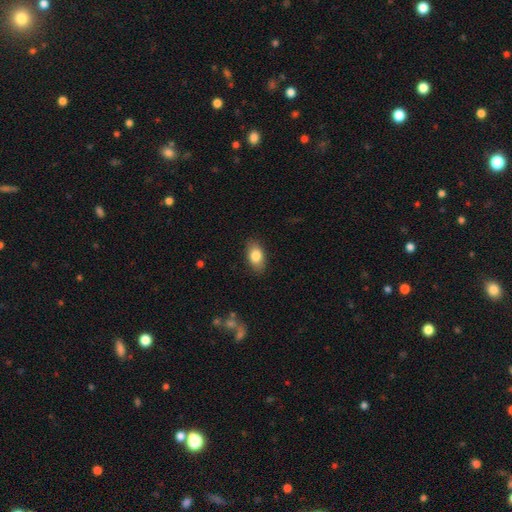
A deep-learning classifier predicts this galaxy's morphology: Smooth or featured?
  - smooth: 82% *
  - featured or disk: 11%
  - star or artifact: 7%
How rounded?
  - in between: 90% *
  - round: 7%
  - cigar-shaped: 3%
Merging?
  - none: 86% *
  - minor disturbance: 11%
  - major disturbance: 3%
  - merger: 1%